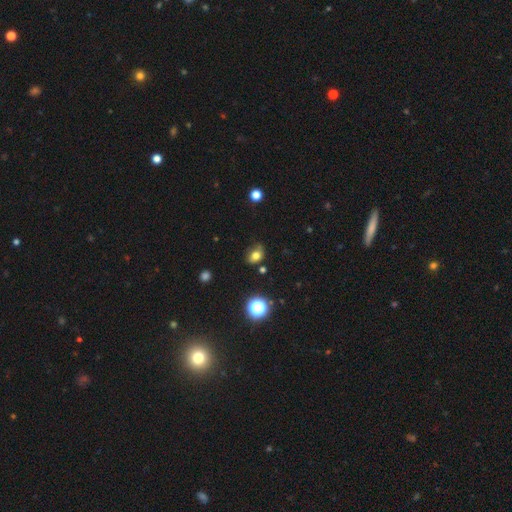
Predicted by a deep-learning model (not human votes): This is likely a smooth galaxy (74%). How rounded: likely in between (66%). Merging: likely none (66%).